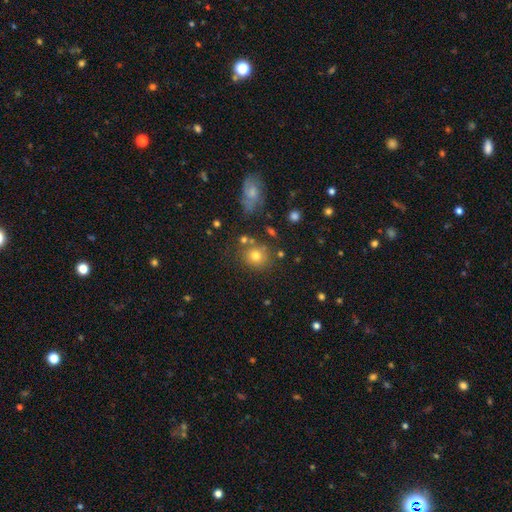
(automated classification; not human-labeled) Smooth or featured?
  - smooth: 75% *
  - star or artifact: 14%
  - featured or disk: 11%
How rounded?
  - round: 84% *
  - in between: 15%
  - cigar-shaped: 1%
Merging?
  - none: 73% *
  - minor disturbance: 12%
  - merger: 10%
  - major disturbance: 5%